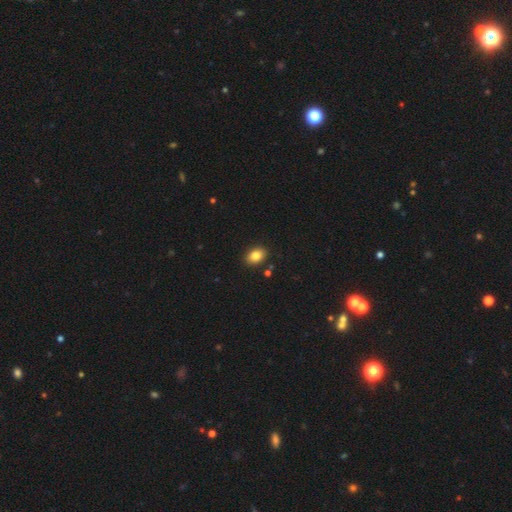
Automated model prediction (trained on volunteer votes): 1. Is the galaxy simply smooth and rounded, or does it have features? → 84% smooth, 9% star or artifact, 6% featured or disk.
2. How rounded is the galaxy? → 74% in between, 25% round, 1% cigar-shaped.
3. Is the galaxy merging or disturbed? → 87% none, 8% minor disturbance, 3% merger, 2% major disturbance.